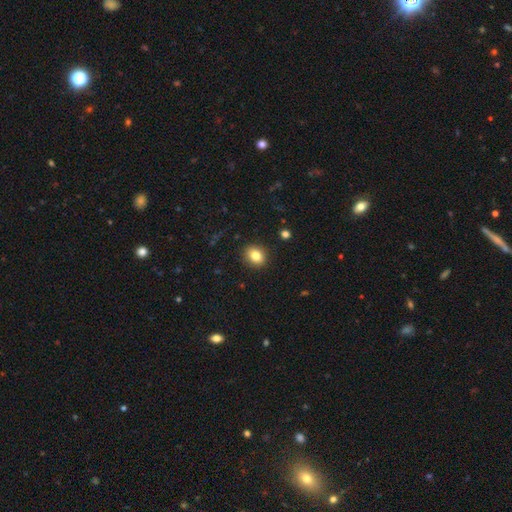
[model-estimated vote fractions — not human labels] smooth 83%, star or artifact 10%, featured or disk 7%. Down the decision tree: how rounded — round (60%); merging — none (90%).